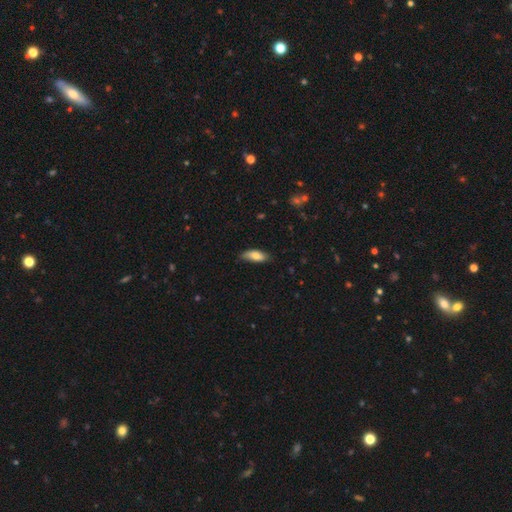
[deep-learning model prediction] Smooth or featured? Predicted: smooth (p=0.79). How rounded? Predicted: in between (p=0.76). Merging? Predicted: none (p=0.69).